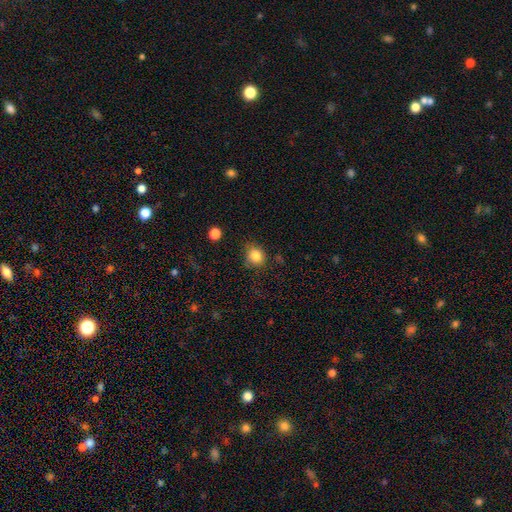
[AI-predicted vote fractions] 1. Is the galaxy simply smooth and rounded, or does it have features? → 84% smooth, 10% star or artifact, 5% featured or disk.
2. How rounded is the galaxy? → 68% round, 31% in between, 1% cigar-shaped.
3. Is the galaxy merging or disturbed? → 72% none, 21% minor disturbance, 5% major disturbance, 3% merger.